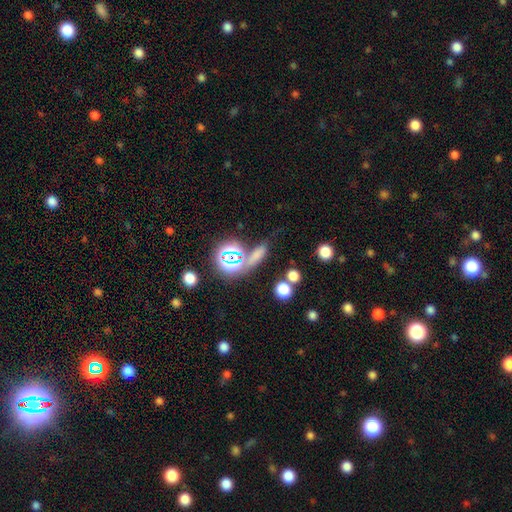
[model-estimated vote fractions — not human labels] Smooth or featured? smooth (56%)
How rounded? cigar-shaped (42%)
Merging? none (62%)